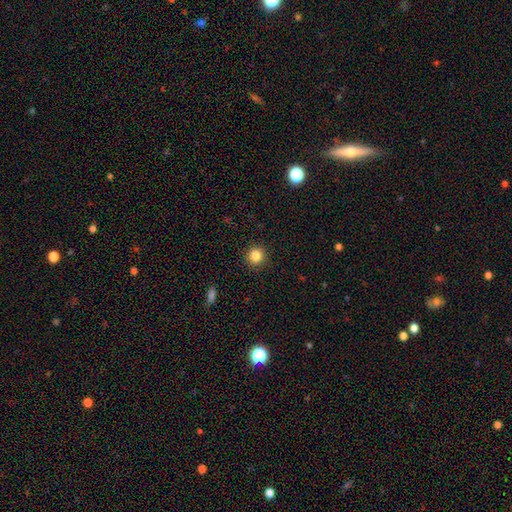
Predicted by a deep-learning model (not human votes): smooth_or_featured: smooth (p=0.84) [alt: star or artifact p=0.11]
how_rounded: round (p=0.93) [alt: in between p=0.06]
merging: none (p=0.92) [alt: minor disturbance p=0.05]